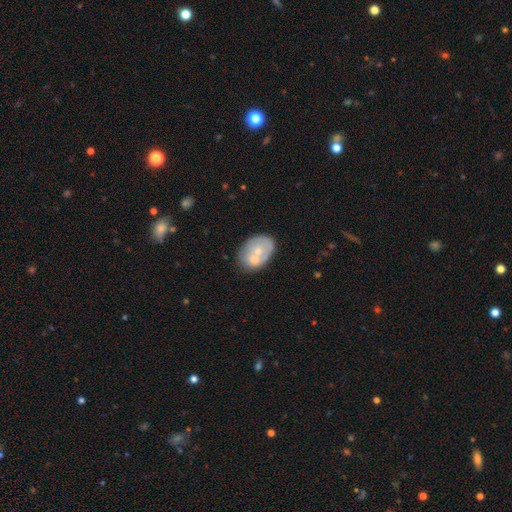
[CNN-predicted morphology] The model was most divided on "merging": none: 44%, merger: 31%, minor disturbance: 19%, major disturbance: 6%. More confident: how rounded — in between (77%); smooth or featured — smooth (53%).